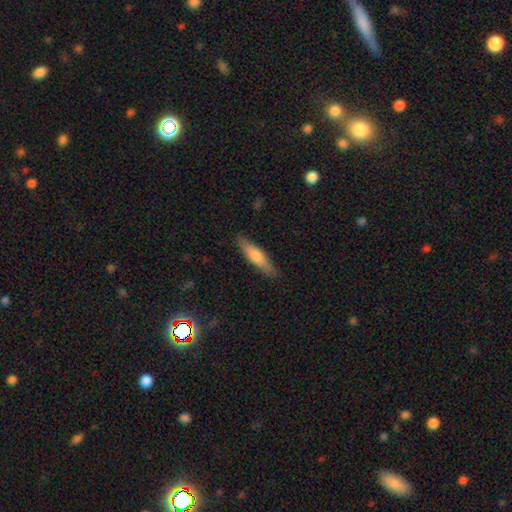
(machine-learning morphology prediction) smooth 63%, featured or disk 31%, star or artifact 6%. Down the decision tree: how rounded — cigar-shaped (76%); merging — none (88%).